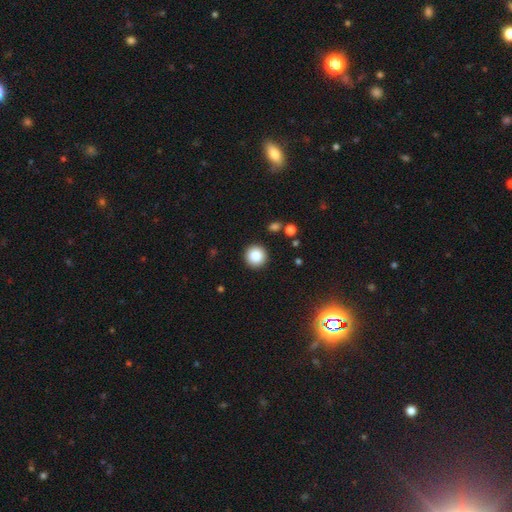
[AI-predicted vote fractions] smooth 85%, star or artifact 10%, featured or disk 5%. Down the decision tree: how rounded — round (95%); merging — none (91%).